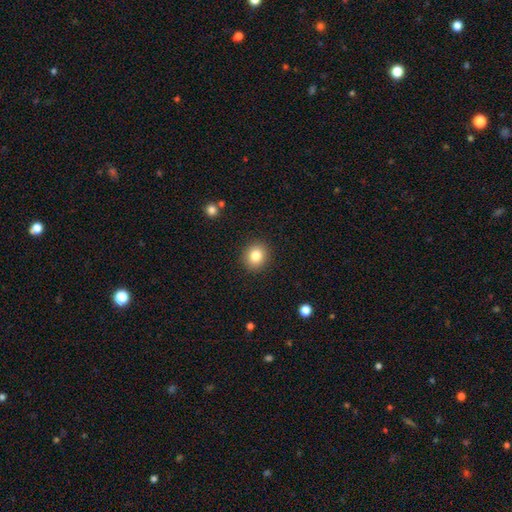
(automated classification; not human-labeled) smooth 82%, star or artifact 10%, featured or disk 7%. Down the decision tree: how rounded — round (79%); merging — none (90%).